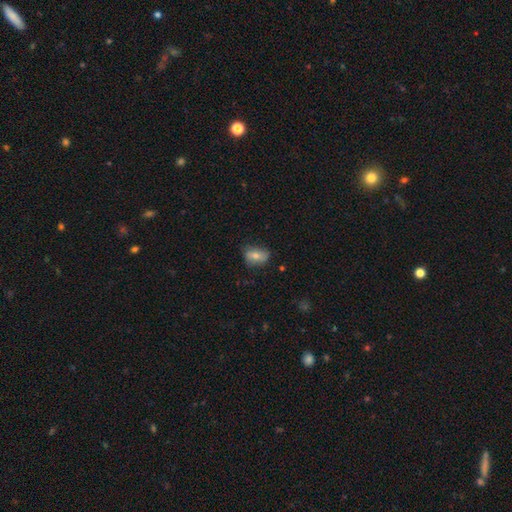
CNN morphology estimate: Smooth or featured? Predicted: smooth (p=0.65). How rounded? Predicted: in between (p=0.79). Merging? Predicted: none (p=0.70).